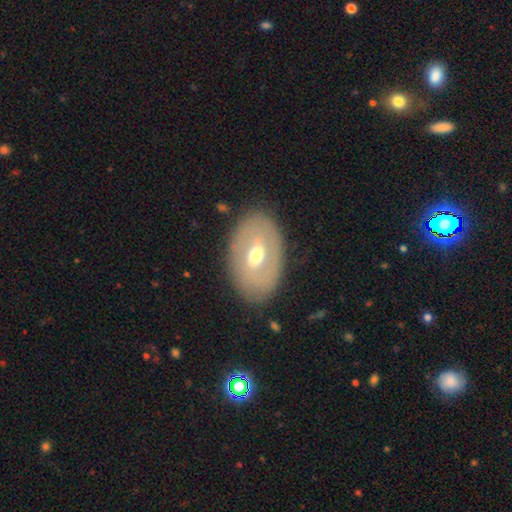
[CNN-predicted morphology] The model was most divided on "bar": weak: 43%, no: 38%, strong: 19%. More confident: edge-on disk — no (90%); merging — none (82%); spiral arms — no (78%); bulge size — moderate (68%); smooth or featured — featured or disk (56%).